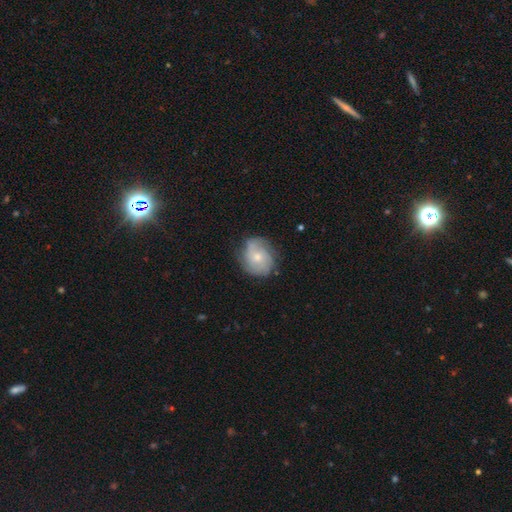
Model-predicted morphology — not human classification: Smooth or featured? featured or disk (62%)
Edge-on disk? no (97%)
Bar? no (78%)
Spiral arms? yes (88%)
Spiral winding? tight (50%)
Spiral arm count? can't tell (33%)
Bulge size? small (51%)
Merging? none (74%)